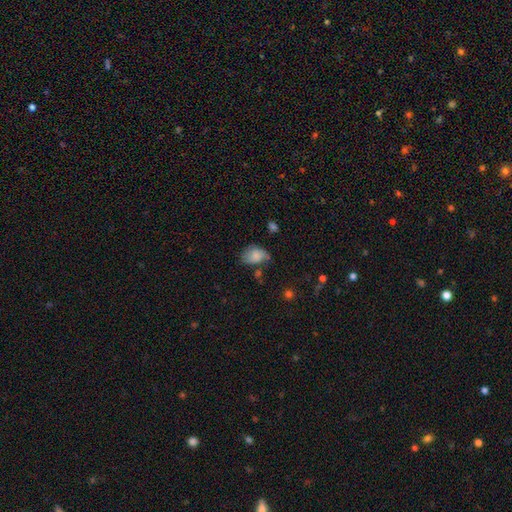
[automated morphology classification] Smooth or featured?
  - smooth: 76% *
  - featured or disk: 15%
  - star or artifact: 9%
How rounded?
  - in between: 80% *
  - round: 19%
  - cigar-shaped: 1%
Merging?
  - none: 46% *
  - minor disturbance: 35%
  - major disturbance: 13%
  - merger: 6%